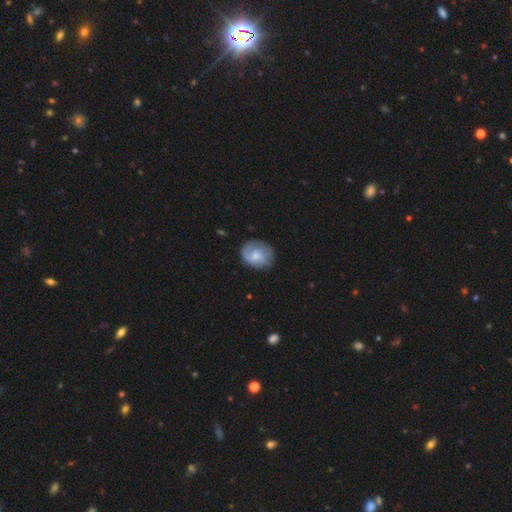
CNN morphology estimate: smooth_or_featured: smooth (p=0.47) [alt: featured or disk p=0.46]
merging: none (p=0.71) [alt: minor disturbance p=0.20]